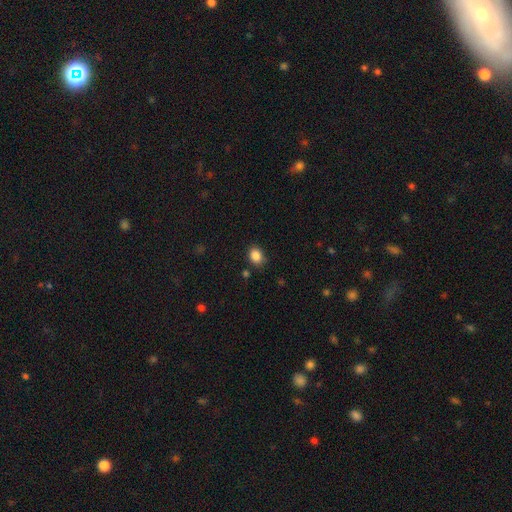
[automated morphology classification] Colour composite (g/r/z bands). It shows a smooth galaxy with no disk features (86%) that is in between round and cigar-shaped (52%). Merging: none (82%).